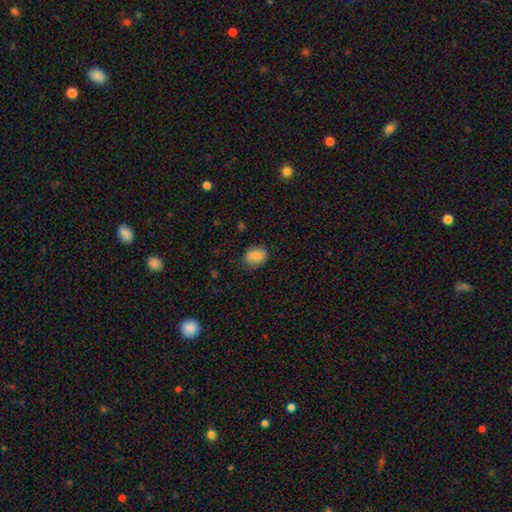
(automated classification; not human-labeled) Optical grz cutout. It shows a smooth galaxy with no disk features (82%) that is in between round and cigar-shaped (51%). Merging: none (76%).